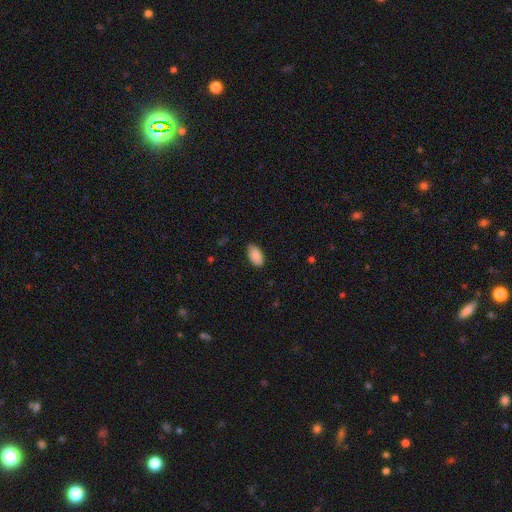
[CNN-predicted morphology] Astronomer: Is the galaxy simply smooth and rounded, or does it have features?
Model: smooth — 88%.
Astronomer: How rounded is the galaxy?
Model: in between — 95%.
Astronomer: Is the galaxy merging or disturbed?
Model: none — 80%.